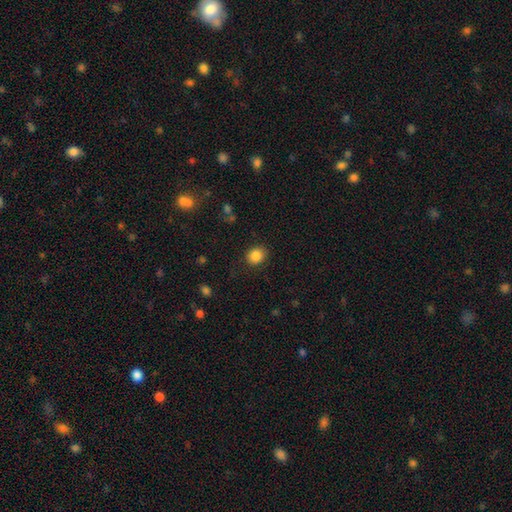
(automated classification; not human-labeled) A smooth galaxy with no disk features (85%) that is round (67%).

Vote fractions:
- Smooth or featured? smooth: 85% / star or artifact: 10% / featured or disk: 5%
- How rounded? round: 67% / in between: 32% / cigar-shaped: 1%
- Merging? none: 86% / minor disturbance: 10% / major disturbance: 3% / merger: 1%